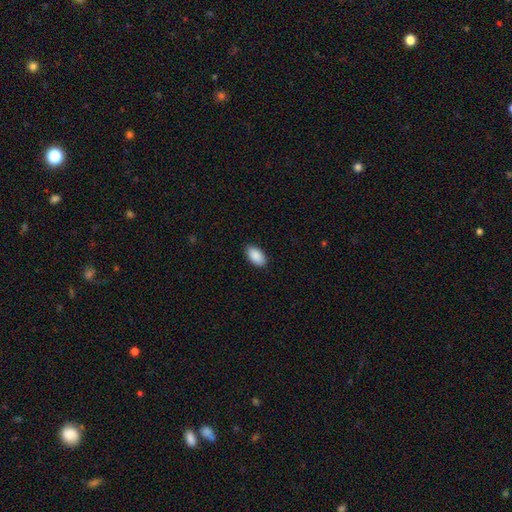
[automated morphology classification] Smooth or featured: smooth — 91% (star or artifact — 6%)
How rounded: in between — 95% (round — 3%)
Merging: none — 89% (minor disturbance — 9%)